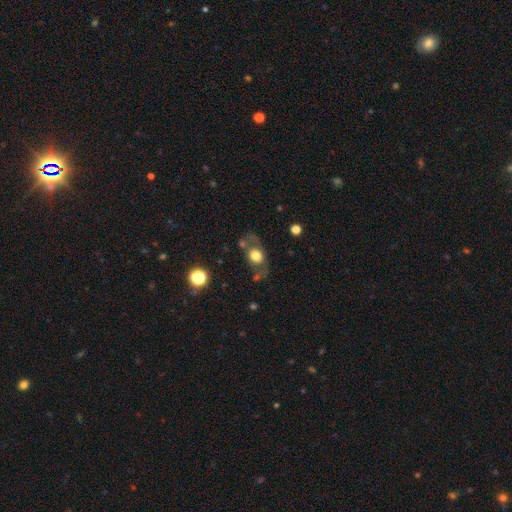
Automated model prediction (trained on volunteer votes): Smooth or featured? Predicted: smooth (p=0.59). How rounded? Predicted: in between (p=0.52). Merging? Predicted: none (p=0.61).